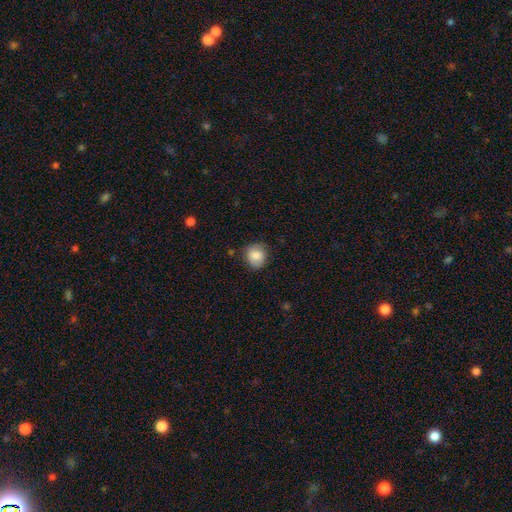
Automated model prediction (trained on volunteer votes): smooth-or-featured: smooth: 83% | featured or disk: 9% | star or artifact: 8%
  how-rounded: round: 79% | in between: 20% | cigar-shaped: 1%
  merging: none: 78% | minor disturbance: 17% | major disturbance: 4% | merger: 1%